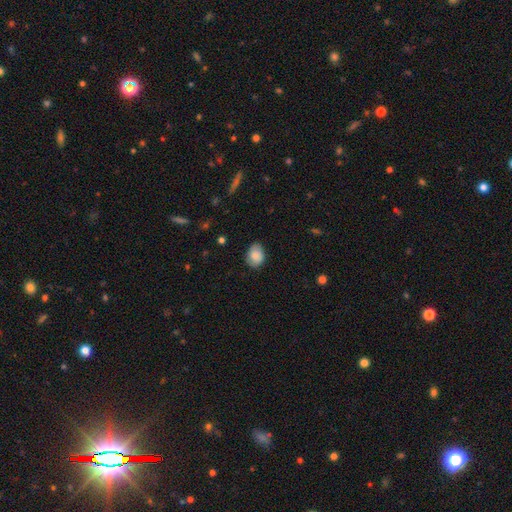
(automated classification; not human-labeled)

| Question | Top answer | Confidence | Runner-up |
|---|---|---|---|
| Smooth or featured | smooth | 81% | featured or disk (12%) |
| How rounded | in between | 67% | round (32%) |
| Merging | none | 72% | minor disturbance (23%) |